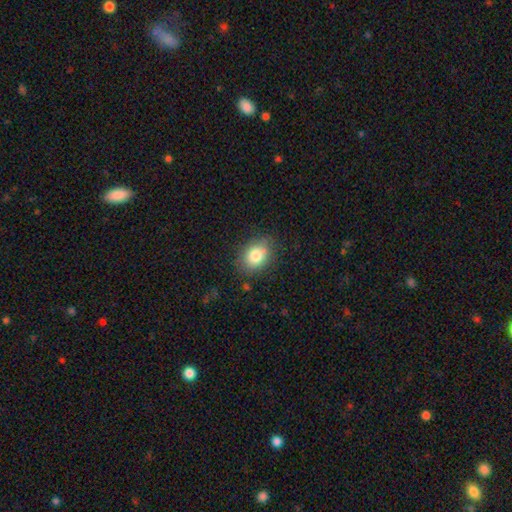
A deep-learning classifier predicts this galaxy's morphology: A smooth galaxy with no disk features (82%) that is in between round and cigar-shaped (64%).

Vote fractions:
- Smooth or featured? smooth: 82% / featured or disk: 9% / star or artifact: 9%
- How rounded? in between: 64% / round: 35% / cigar-shaped: 1%
- Merging? none: 79% / minor disturbance: 16% / major disturbance: 4% / merger: 2%